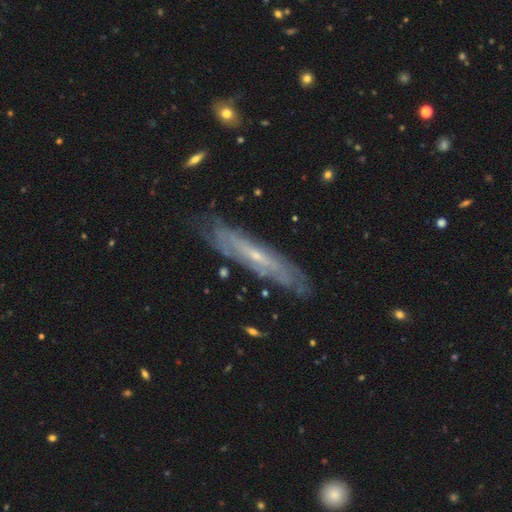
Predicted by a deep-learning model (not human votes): The model was most divided on "edge-on disk": no: 54%, yes: 46%. More confident: merging — none (79%); smooth or featured — featured or disk (77%).